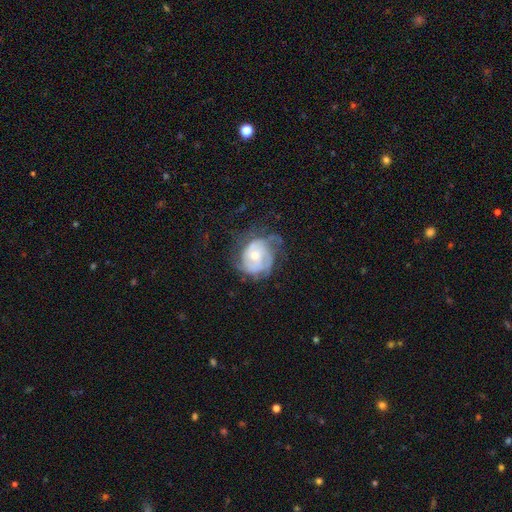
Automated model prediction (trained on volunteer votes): A featured or disk galaxy (72%) with no bar (72%), tight (53%) spiral arms (84%) and a moderate central bulge (48%).

Vote fractions:
- Smooth or featured? featured or disk: 72% / smooth: 21% / star or artifact: 7%
- Edge-on disk? no: 98% / yes: 2%
- Bar? no: 72% / weak: 23% / strong: 4%
- Spiral arms? yes: 84% / no: 16%
- Spiral winding? tight: 53% / medium: 33% / loose: 14%
- Spiral arm count? can't tell: 41% / 2: 23% / 3: 19% / 4: 7% / 1: 6% / more than 4: 4%
- Bulge size? moderate: 48% / small: 45% / large: 4% / none: 2% / dominant: 1%
- Merging? none: 49% / minor disturbance: 25% / major disturbance: 24% / merger: 2%